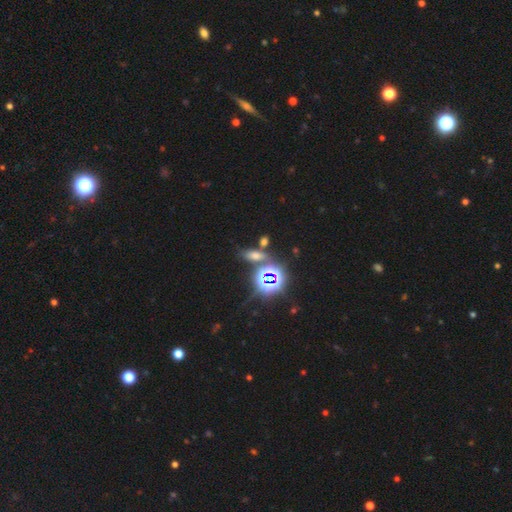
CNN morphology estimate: This appears to be a smooth galaxy with no disk features (48%). Merging: none (68%).